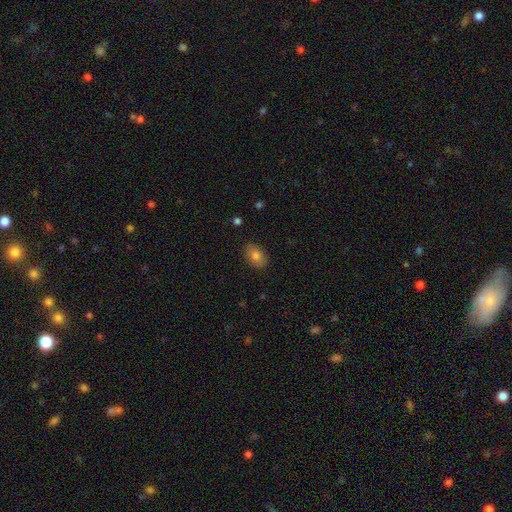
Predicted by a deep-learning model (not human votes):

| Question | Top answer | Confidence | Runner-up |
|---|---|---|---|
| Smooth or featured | smooth | 81% | featured or disk (11%) |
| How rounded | in between | 86% | round (13%) |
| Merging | none | 87% | minor disturbance (10%) |